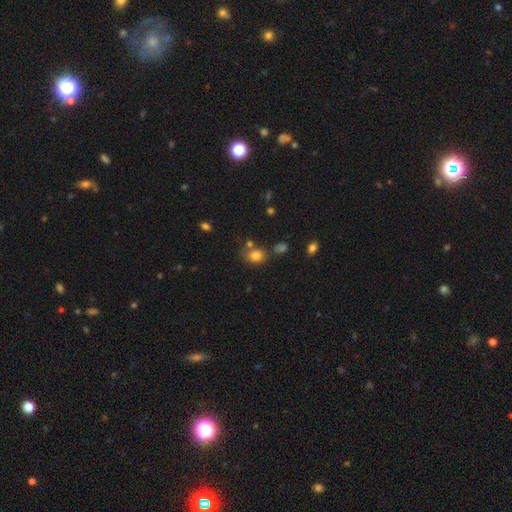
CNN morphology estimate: type=smooth (80%); roundness=in between (51%); merging=none (63%).